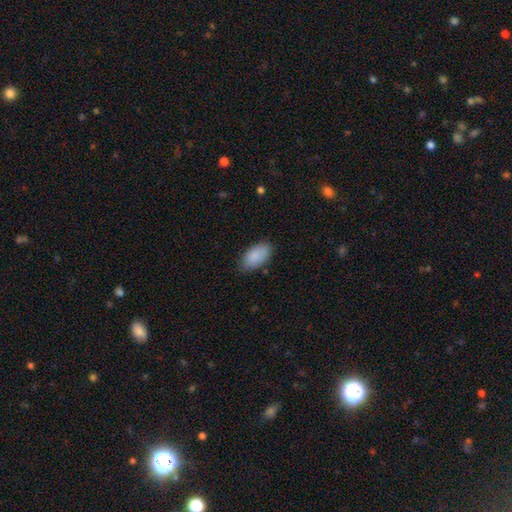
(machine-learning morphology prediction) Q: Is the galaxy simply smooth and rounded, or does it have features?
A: smooth — 88%.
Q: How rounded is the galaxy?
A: in between — 95%.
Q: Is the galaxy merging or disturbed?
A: none — 79%.